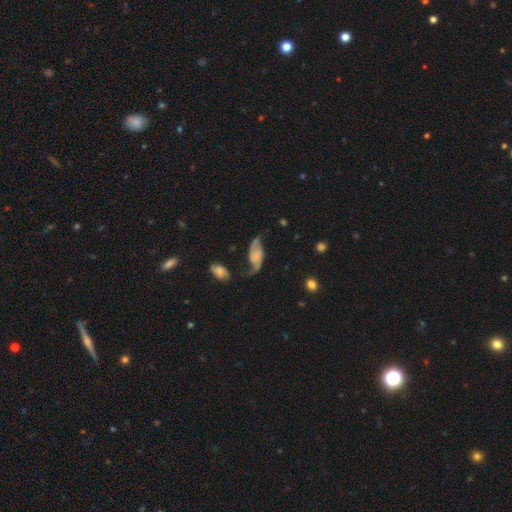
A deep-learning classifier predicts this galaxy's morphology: featured or disk 75%, smooth 18%, star or artifact 7%. Down the decision tree: edge-on disk — no (94%); bar — no (61%); spiral arms — yes (93%); spiral arm count — 2 (91%); spiral winding — loose (71%); bulge size — none (53%); merging — none (56%).